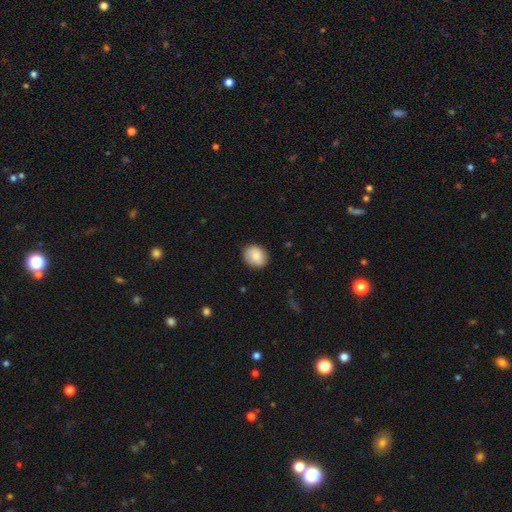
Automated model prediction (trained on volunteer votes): A smooth galaxy with no disk features (84%) that is round (56%).

Vote fractions:
- Smooth or featured? smooth: 84% / featured or disk: 9% / star or artifact: 7%
- How rounded? round: 56% / in between: 43% / cigar-shaped: 1%
- Merging? none: 86% / minor disturbance: 11% / major disturbance: 2% / merger: 1%